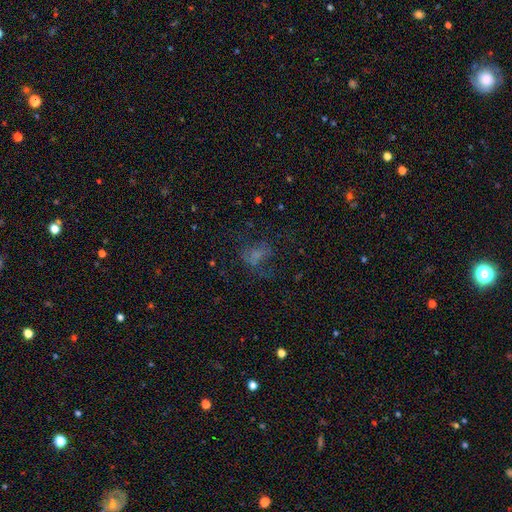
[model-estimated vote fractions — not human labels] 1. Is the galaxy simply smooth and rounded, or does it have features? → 43% smooth, 34% featured or disk, 24% star or artifact.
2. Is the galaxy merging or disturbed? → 42% none, 36% major disturbance, 19% minor disturbance, 4% merger.